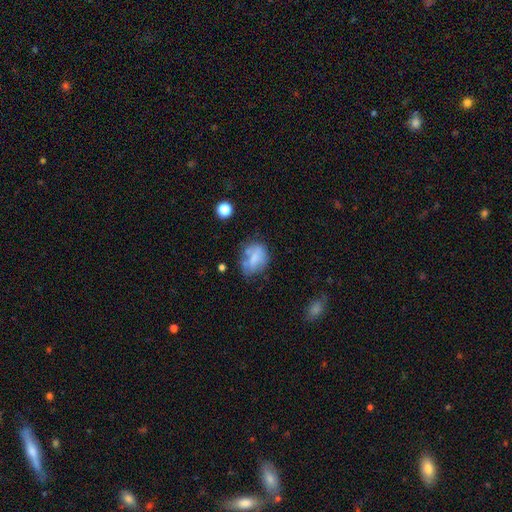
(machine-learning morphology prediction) A smooth galaxy with no disk features (61%) that is in between round and cigar-shaped (72%).

Vote fractions:
- Smooth or featured? smooth: 61% / featured or disk: 28% / star or artifact: 11%
- How rounded? in between: 72% / round: 27% / cigar-shaped: 2%
- Merging? none: 43% / minor disturbance: 28% / major disturbance: 17% / merger: 12%